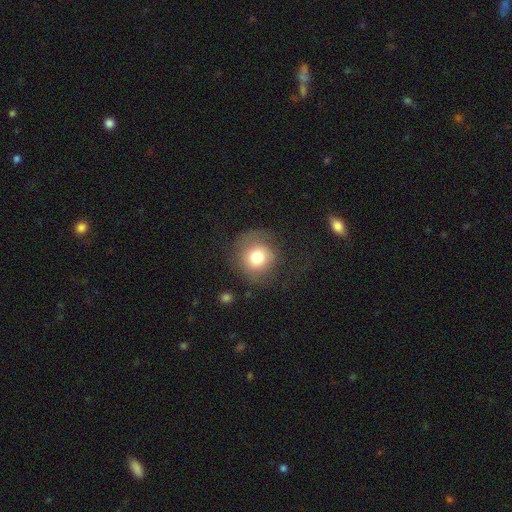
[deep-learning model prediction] The model was most divided on "merging": none: 61%, minor disturbance: 19%, major disturbance: 18%, merger: 2%. More confident: how rounded — round (86%); smooth or featured — smooth (69%).